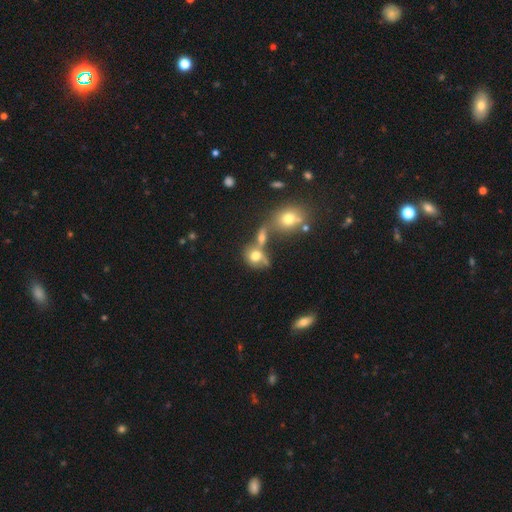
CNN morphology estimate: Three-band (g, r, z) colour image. It shows a smooth galaxy with no disk features (68%) that is round (58%). Merging: merger (46%).